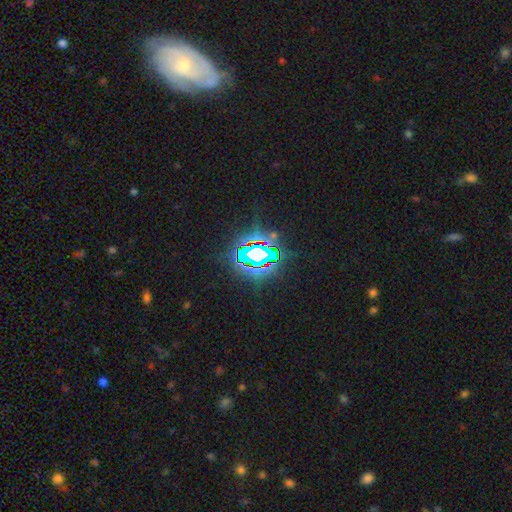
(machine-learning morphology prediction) A star or artifact, not a galaxy (73%).

Vote fractions:
- Smooth or featured? star or artifact: 73% / smooth: 14% / featured or disk: 13%